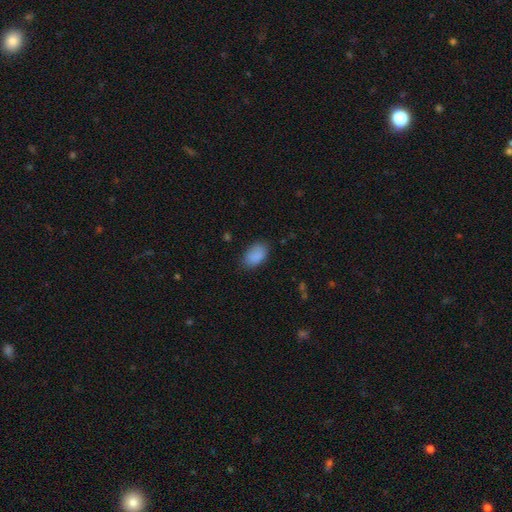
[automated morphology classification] Smooth or featured? Predicted: smooth (p=0.88). How rounded? Predicted: in between (p=0.91). Merging? Predicted: none (p=0.78).